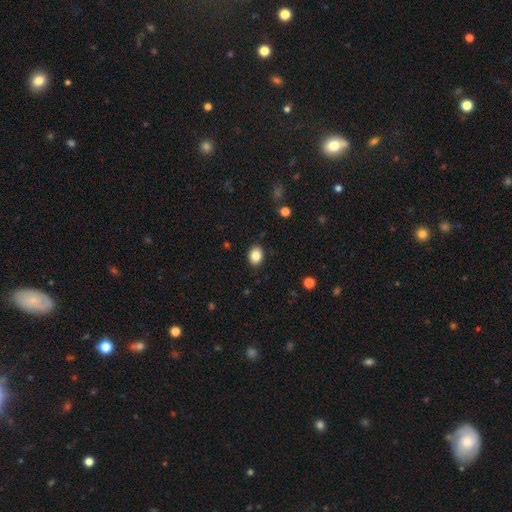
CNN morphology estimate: smooth 85%, star or artifact 9%, featured or disk 6%. Down the decision tree: how rounded — in between (62%); merging — none (89%).